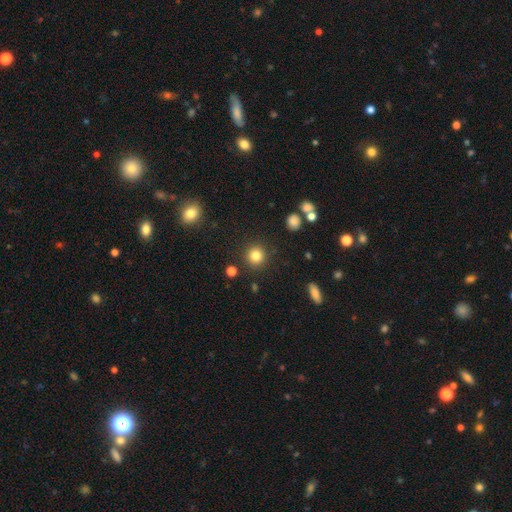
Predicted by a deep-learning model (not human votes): Smooth or featured?
  - smooth: 82% *
  - star or artifact: 12%
  - featured or disk: 6%
How rounded?
  - round: 93% *
  - in between: 6%
  - cigar-shaped: 1%
Merging?
  - none: 89% *
  - minor disturbance: 6%
  - major disturbance: 3%
  - merger: 2%